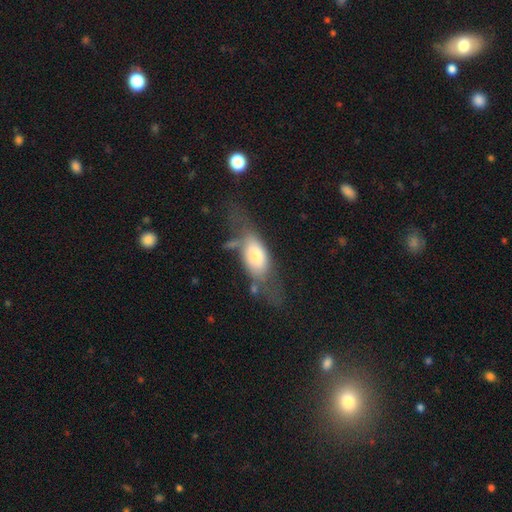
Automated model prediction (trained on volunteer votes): This appears to be a smooth galaxy with no disk features (62%) that is in between round and cigar-shaped (84%). Merging: none (34%).